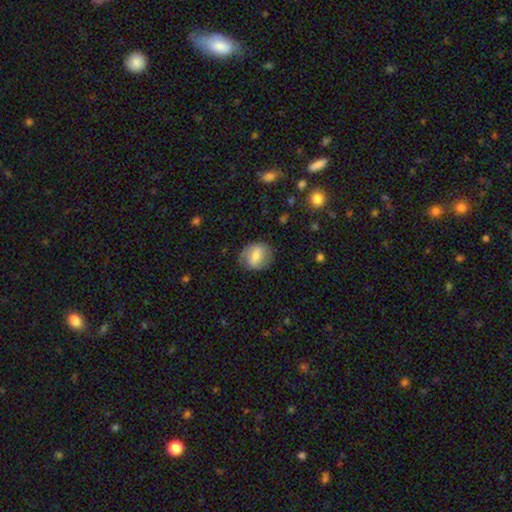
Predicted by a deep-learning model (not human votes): smooth_or_featured: smooth (p=0.63) [alt: featured or disk p=0.30]
how_rounded: round (p=0.68) [alt: in between p=0.31]
merging: none (p=0.75) [alt: minor disturbance p=0.17]